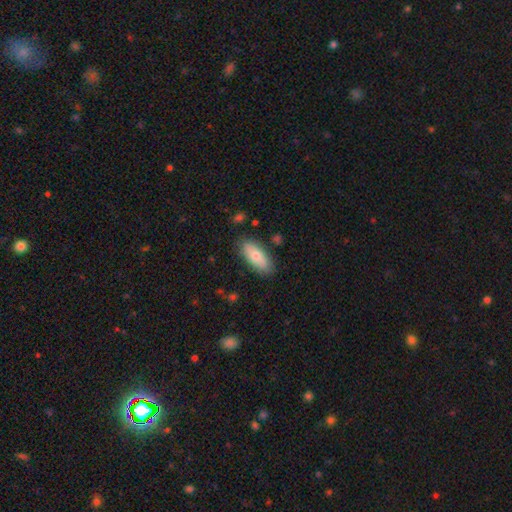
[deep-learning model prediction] smooth 71%, featured or disk 23%, star or artifact 6%. Down the decision tree: how rounded — in between (82%); merging — none (82%).